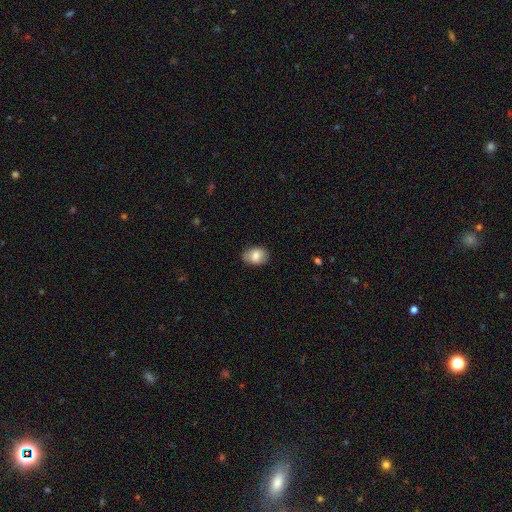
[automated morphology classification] Overall: smooth (81%). How rounded: in between (80%). Merging: none (82%).